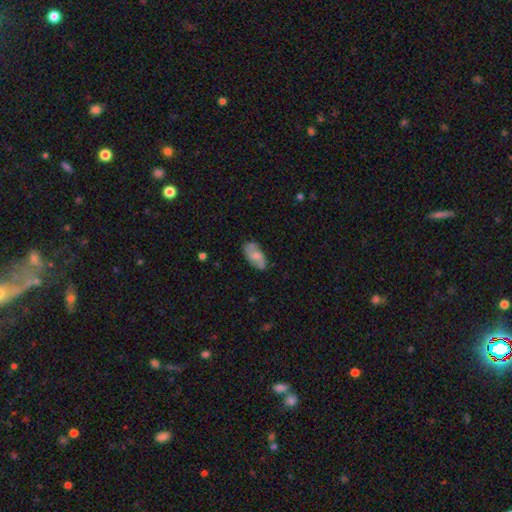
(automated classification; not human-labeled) Overall: featured or disk (47%; smooth 46%). Merging: none (74%).